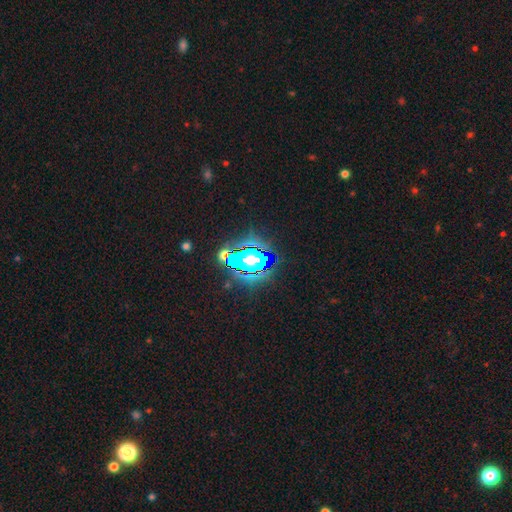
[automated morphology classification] This appears to be a star or artifact, not a galaxy (81%).